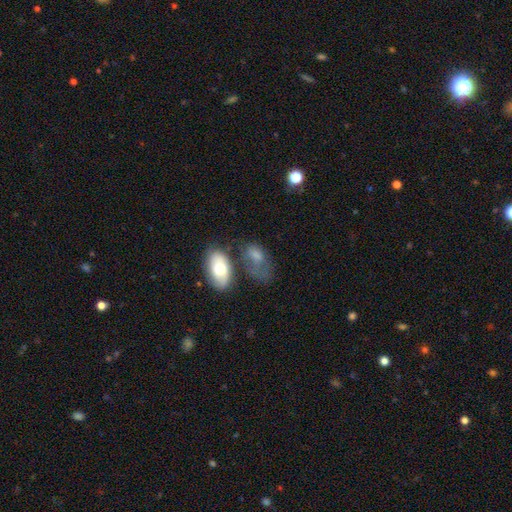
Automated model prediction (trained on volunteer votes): The model was most divided on "merging": none: 35%, merger: 24%, minor disturbance: 22%, major disturbance: 19%. More confident: how rounded — in between (88%); smooth or featured — smooth (62%).